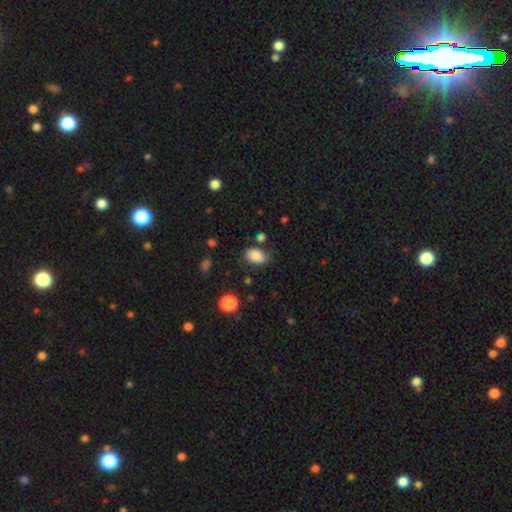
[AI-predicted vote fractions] This appears to be a smooth galaxy with no disk features (83%) that is in between round and cigar-shaped (86%). Merging: none (73%).